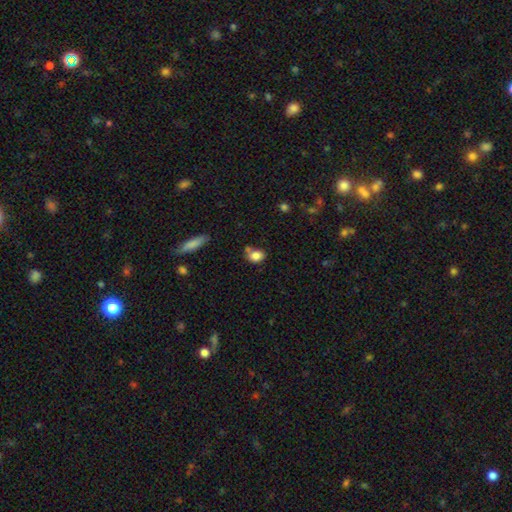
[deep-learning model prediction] smooth_or_featured: smooth (p=0.83) [alt: star or artifact p=0.10]
how_rounded: in between (p=0.62) [alt: round p=0.36]
merging: none (p=0.55) [alt: minor disturbance p=0.22]